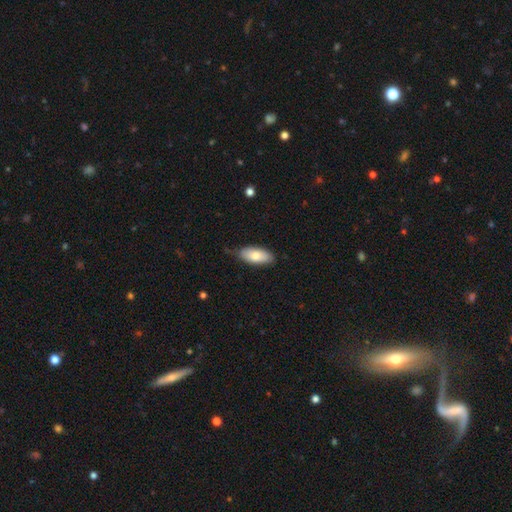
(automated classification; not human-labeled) This appears to be a smooth galaxy with no disk features (78%) that is in between round and cigar-shaped (88%). Merging: none (75%).